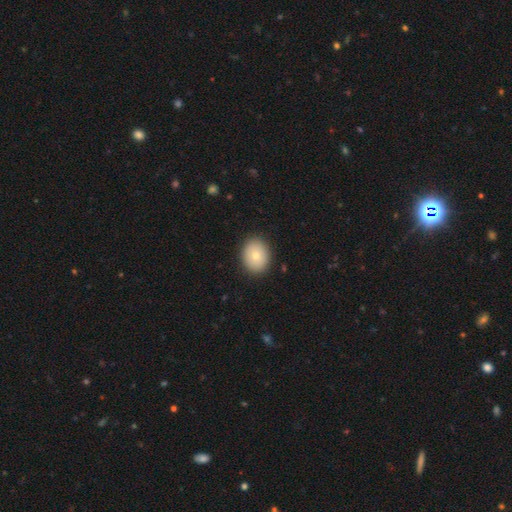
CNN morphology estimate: Smooth or featured? Predicted: smooth (p=0.78). How rounded? Predicted: round (p=0.51). Merging? Predicted: none (p=0.89).